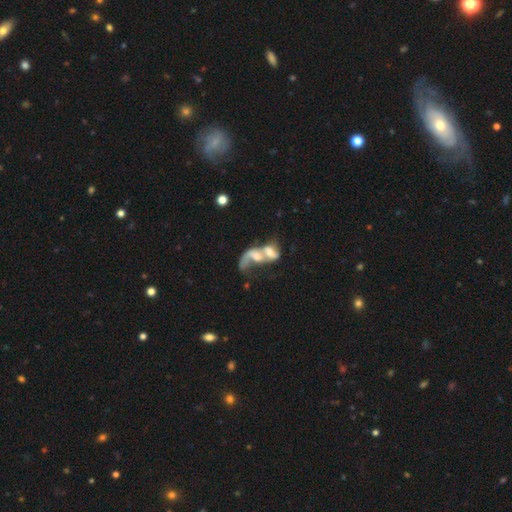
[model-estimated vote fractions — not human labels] Morphology: type=featured or disk (57%); edge-on=no (95%); bar=no (61%); spiral arms=yes (56%); bulge=moderate (36%); merging=merger (76%).